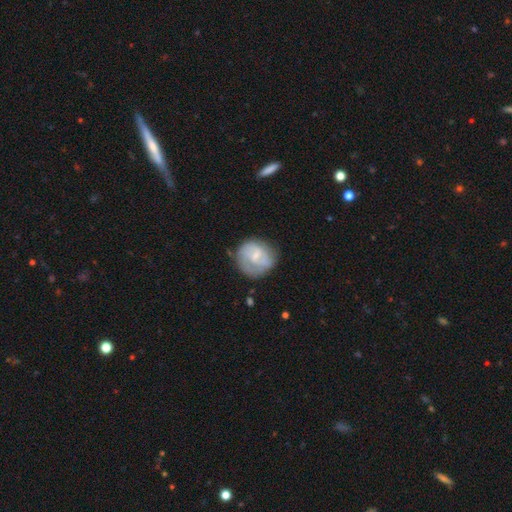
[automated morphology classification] smooth-or-featured: featured or disk: 59% | smooth: 35% | star or artifact: 6%
  disk-edge-on: no: 98% | yes: 2%
    bar: no: 46% (tied) | weak: 46% (tied) | strong: 8%
    has-spiral-arms: yes: 78% | no: 22%
    bulge-size: small: 61% | moderate: 26% | none: 10% | large: 2% | dominant: 1%
  merging: none: 62% | minor disturbance: 23% | major disturbance: 12% | merger: 2%